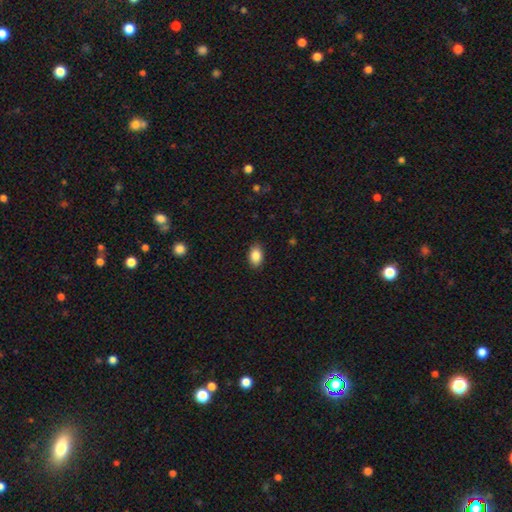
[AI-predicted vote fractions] A smooth galaxy with no disk features (87%) that is in between round and cigar-shaped (88%).

Vote fractions:
- Smooth or featured? smooth: 87% / star or artifact: 8% / featured or disk: 5%
- How rounded? in between: 88% / round: 10% / cigar-shaped: 1%
- Merging? none: 87% / minor disturbance: 10% / major disturbance: 2% / merger: 1%